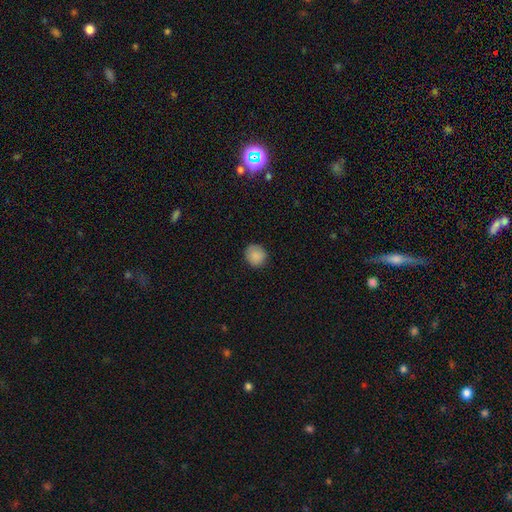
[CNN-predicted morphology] This appears to be a smooth galaxy with no disk features (88%) that is round (87%). Merging: none (87%).